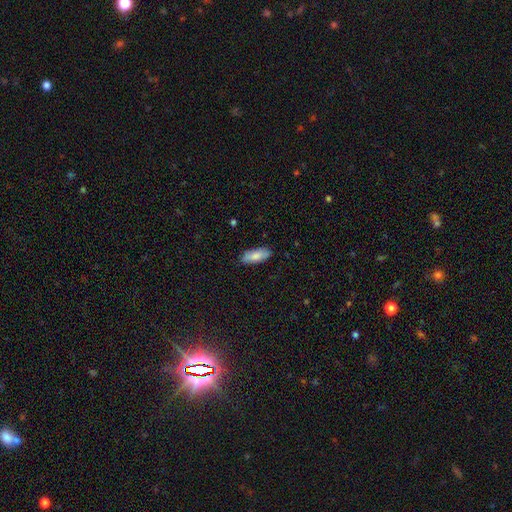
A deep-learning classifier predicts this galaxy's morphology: A smooth galaxy with no disk features (80%) that is in between round and cigar-shaped (78%).

Vote fractions:
- Smooth or featured? smooth: 80% / featured or disk: 14% / star or artifact: 6%
- How rounded? in between: 78% / cigar-shaped: 20% / round: 2%
- Merging? none: 84% / minor disturbance: 12% / major disturbance: 2% / merger: 1%